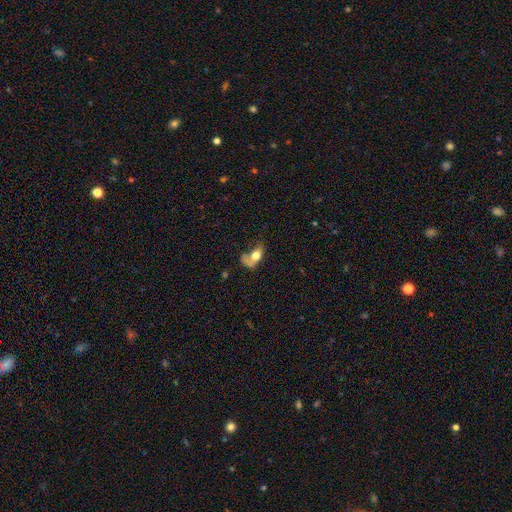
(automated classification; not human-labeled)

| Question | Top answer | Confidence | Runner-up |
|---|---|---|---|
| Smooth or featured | smooth | 59% | featured or disk (31%) |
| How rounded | in between | 81% | round (14%) |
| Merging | major disturbance | 46% | none (20%) |